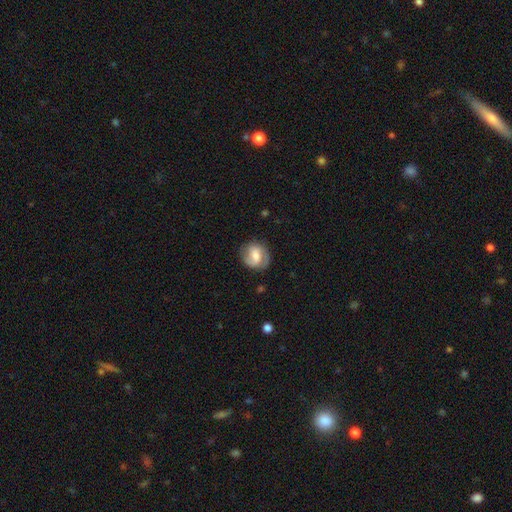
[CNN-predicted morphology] Smooth or featured? Predicted: featured or disk (p=0.65). Edge-on disk? Predicted: no (p=0.97). Bar? Predicted: weak (p=0.48). Spiral arms? Predicted: yes (p=0.89). Spiral winding? Predicted: medium (p=0.44). Spiral arm count? Predicted: 2 (p=0.83). Bulge size? Predicted: moderate (p=0.52). Merging? Predicted: none (p=0.79).